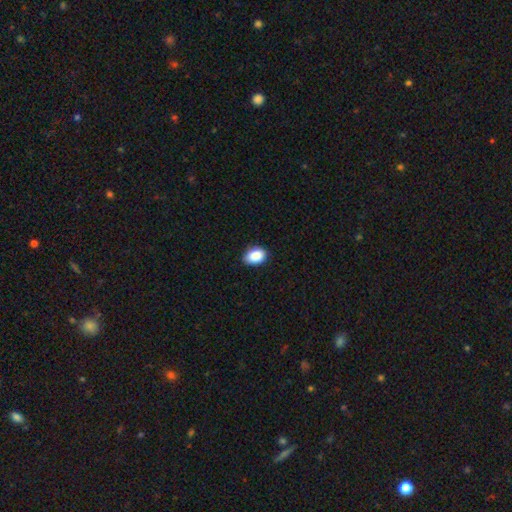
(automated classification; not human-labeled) Smooth or featured? Predicted: smooth (p=0.88). How rounded? Predicted: in between (p=0.83). Merging? Predicted: none (p=0.83).